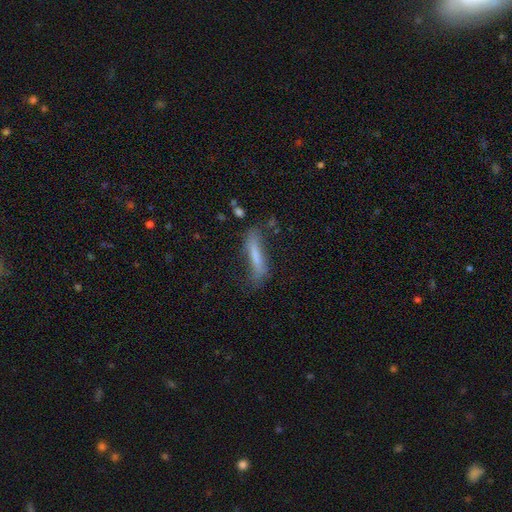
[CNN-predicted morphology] Overall: smooth (64%; featured or disk 28%). How rounded: cigar-shaped (86%). Merging: none (59%; minor disturbance 25%).